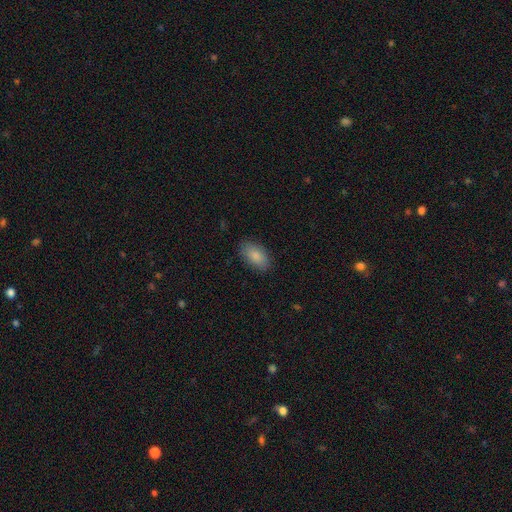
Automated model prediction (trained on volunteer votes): Smooth or featured? smooth (87%)
How rounded? in between (93%)
Merging? none (86%)